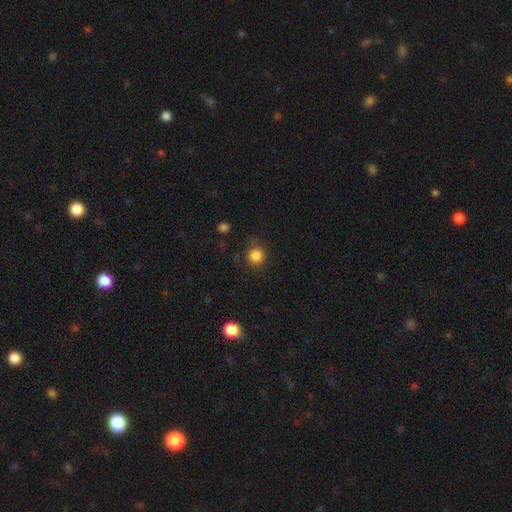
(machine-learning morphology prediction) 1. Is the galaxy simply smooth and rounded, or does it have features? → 85% smooth, 11% star or artifact, 4% featured or disk.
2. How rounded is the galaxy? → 91% round, 8% in between, 1% cigar-shaped.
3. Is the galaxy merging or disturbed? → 80% none, 13% minor disturbance, 5% major disturbance, 2% merger.